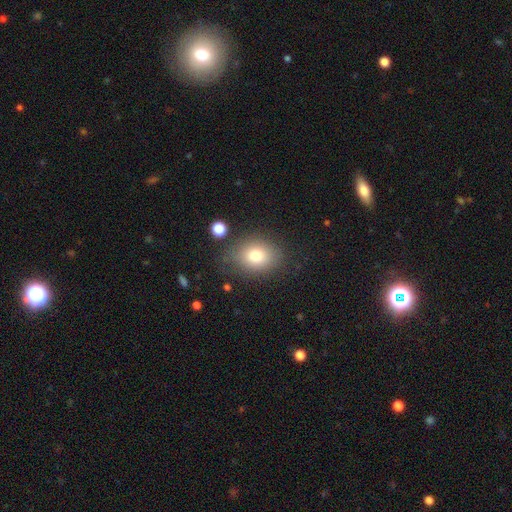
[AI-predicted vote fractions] Smooth or featured? Predicted: smooth (p=0.79). How rounded? Predicted: in between (p=0.59). Merging? Predicted: none (p=0.77).